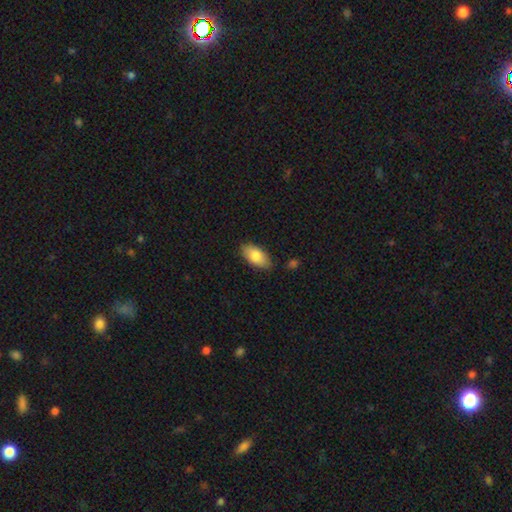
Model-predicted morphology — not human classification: The model was most divided on "merging": none: 83%, minor disturbance: 13%, major disturbance: 2%, merger: 2%. More confident: how rounded — in between (93%); smooth or featured — smooth (83%).